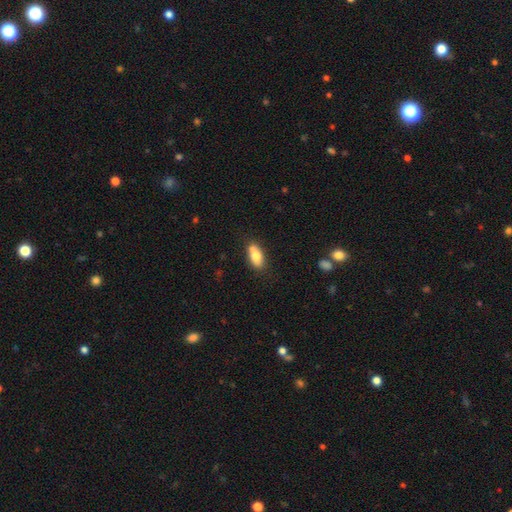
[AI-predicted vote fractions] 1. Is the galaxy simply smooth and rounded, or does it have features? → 74% smooth, 19% featured or disk, 7% star or artifact.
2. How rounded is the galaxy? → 87% in between, 8% cigar-shaped, 5% round.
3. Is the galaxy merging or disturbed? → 61% none, 19% merger, 16% minor disturbance, 4% major disturbance.